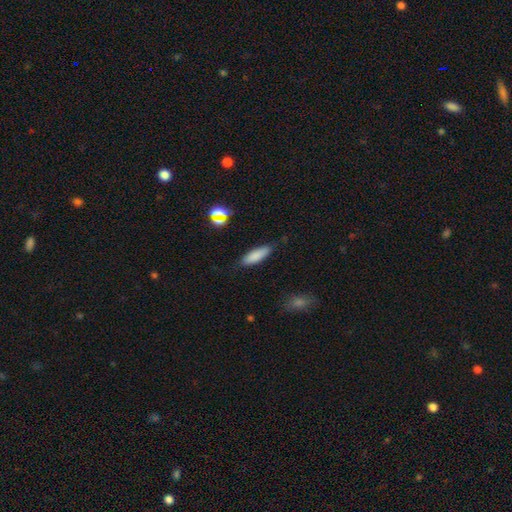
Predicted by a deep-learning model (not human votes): This appears to be a smooth galaxy with no disk features (83%) that is in between round and cigar-shaped (49%, tied with cigar-shaped). Merging: none (82%).